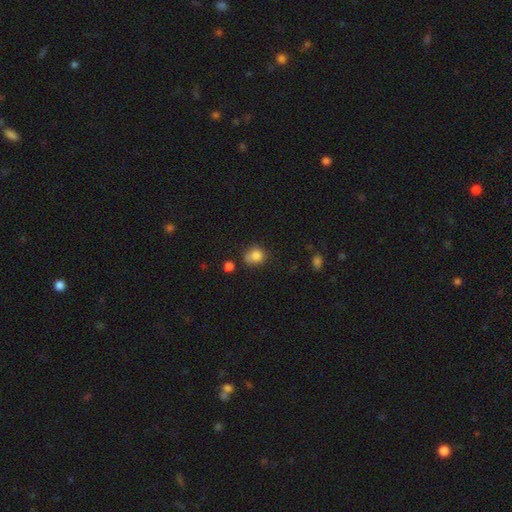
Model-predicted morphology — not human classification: smooth 82%, star or artifact 11%, featured or disk 7%. Down the decision tree: how rounded — round (70%); merging — none (55%).